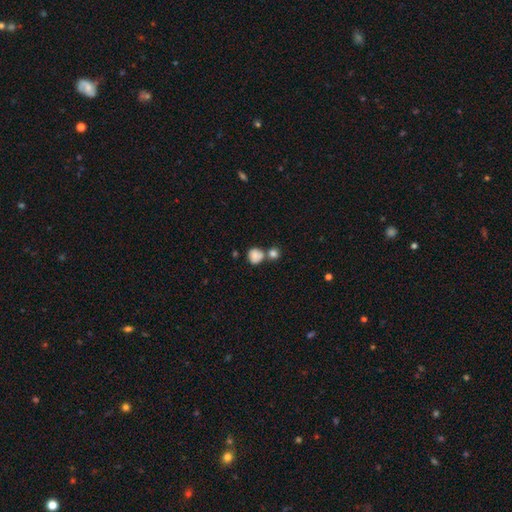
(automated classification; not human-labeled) Q: Smooth or featured?
A: smooth (84%); runner-up: star or artifact (9%)
Q: How rounded?
A: round (82%); runner-up: in between (17%)
Q: Merging?
A: none (48%); runner-up: merger (37%)